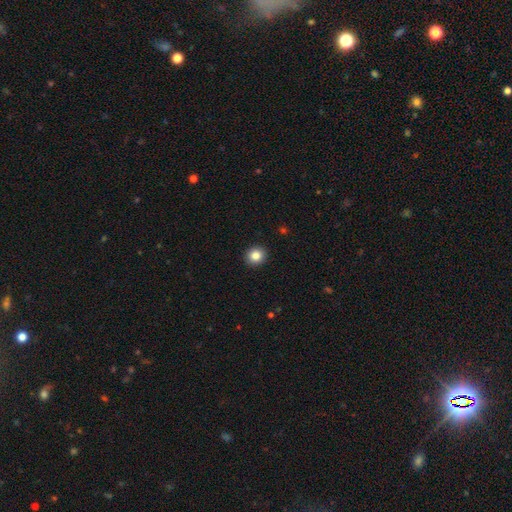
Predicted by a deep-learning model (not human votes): Smooth or featured: smooth — 85% (star or artifact — 10%)
How rounded: round — 88% (in between — 12%)
Merging: none — 93% (minor disturbance — 5%)